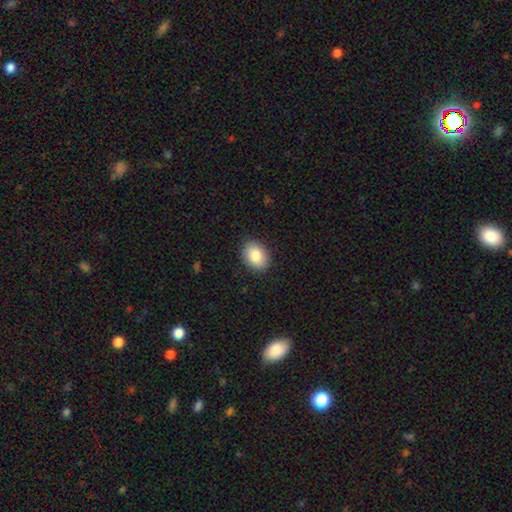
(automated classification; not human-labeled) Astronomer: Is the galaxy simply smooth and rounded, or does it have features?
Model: smooth — 86%.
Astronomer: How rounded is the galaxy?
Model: in between — 69%.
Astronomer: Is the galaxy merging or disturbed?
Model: none — 89%.